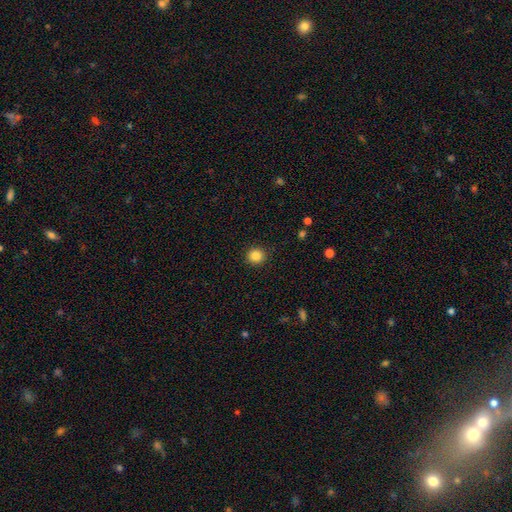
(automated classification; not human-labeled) smooth_or_featured: smooth (p=0.86) [alt: star or artifact p=0.10]
how_rounded: round (p=0.91) [alt: in between p=0.08]
merging: none (p=0.91) [alt: minor disturbance p=0.06]